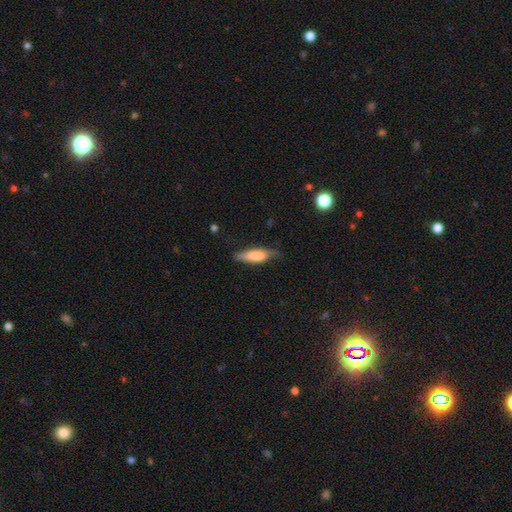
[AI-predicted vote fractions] The model was most divided on "how rounded": cigar-shaped: 53%, in between: 45%, round: 2%. More confident: smooth or featured — smooth (70%); merging — none (67%).